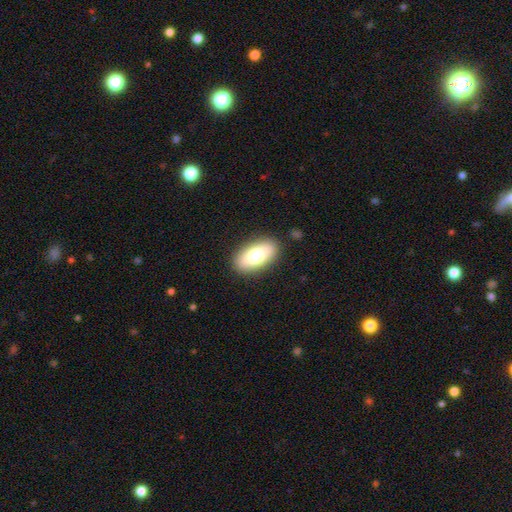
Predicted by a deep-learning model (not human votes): The model was most divided on "smooth or featured": smooth: 72%, featured or disk: 20%, star or artifact: 8%. More confident: how rounded — in between (90%); merging — none (87%).